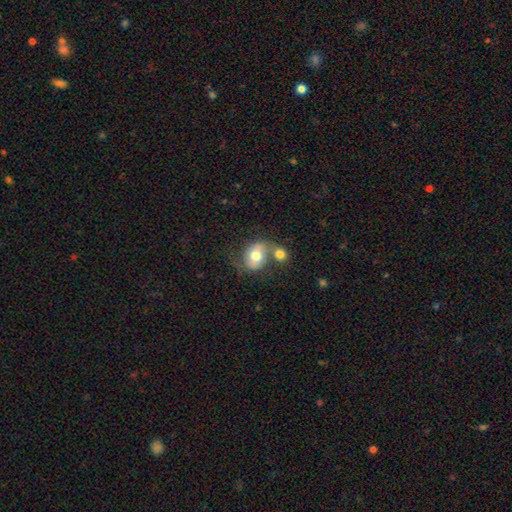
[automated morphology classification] The model was most divided on "merging": none: 39%, merger: 37%, minor disturbance: 15%, major disturbance: 9%. More confident: smooth or featured — smooth (58%); how rounded — in between (51%).